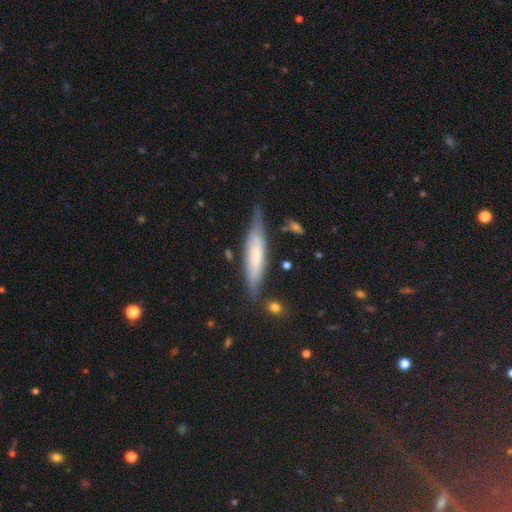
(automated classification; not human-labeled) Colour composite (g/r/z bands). It shows a smooth galaxy with no disk features (51%) that is cigar-shaped (81%). Merging: none (65%).